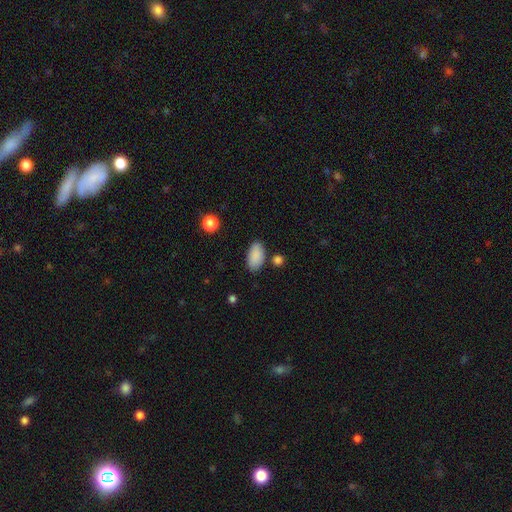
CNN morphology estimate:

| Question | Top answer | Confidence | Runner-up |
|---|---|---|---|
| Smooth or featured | smooth | 89% | star or artifact (7%) |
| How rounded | in between | 94% | round (3%) |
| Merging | none | 81% | minor disturbance (12%) |